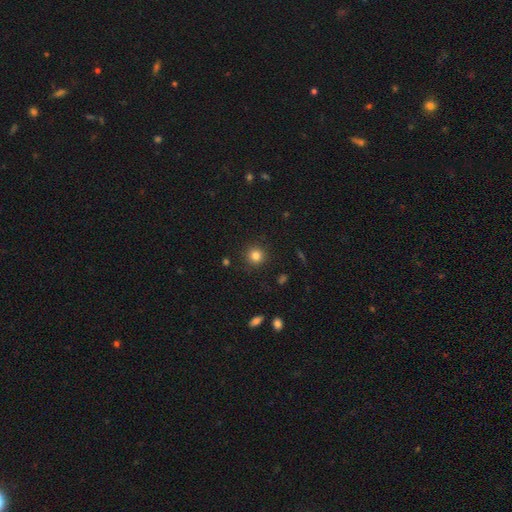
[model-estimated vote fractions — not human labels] The model was most divided on "smooth or featured": smooth: 82%, star or artifact: 12%, featured or disk: 6%. More confident: how rounded — round (93%); merging — none (91%).